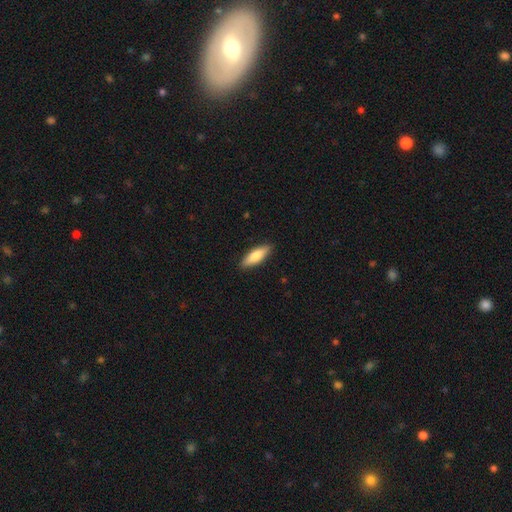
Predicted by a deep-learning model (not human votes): Smooth or featured? Predicted: smooth (p=0.75). How rounded? Predicted: in between (p=0.55). Merging? Predicted: none (p=0.89).